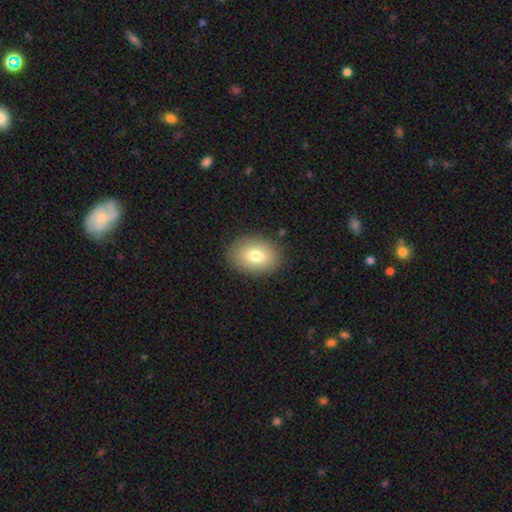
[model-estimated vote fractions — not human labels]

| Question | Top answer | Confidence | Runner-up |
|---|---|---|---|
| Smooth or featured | smooth | 77% | featured or disk (15%) |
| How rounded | in between | 76% | round (23%) |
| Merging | none | 87% | minor disturbance (9%) |